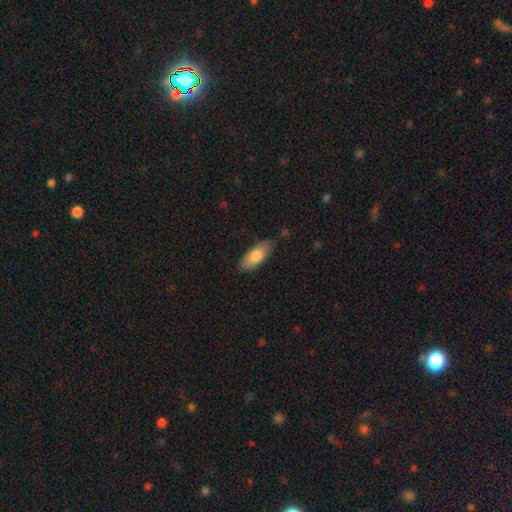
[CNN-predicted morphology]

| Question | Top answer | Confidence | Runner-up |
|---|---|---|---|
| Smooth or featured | smooth | 79% | featured or disk (15%) |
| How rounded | in between | 82% | cigar-shaped (16%) |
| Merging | none | 80% | minor disturbance (15%) |